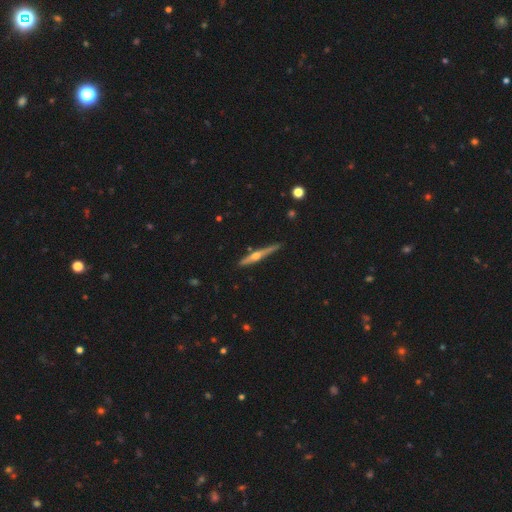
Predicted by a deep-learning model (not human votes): Smooth or featured?
  - featured or disk: 68% *
  - smooth: 27%
  - star or artifact: 6%
Edge-on disk?
  - yes: 97% *
  - no: 3%
Edge-on bulge?
  - rounded: 88% *
  - none: 8%
  - boxy: 4%
Merging?
  - none: 83% *
  - minor disturbance: 13%
  - merger: 3%
  - major disturbance: 2%